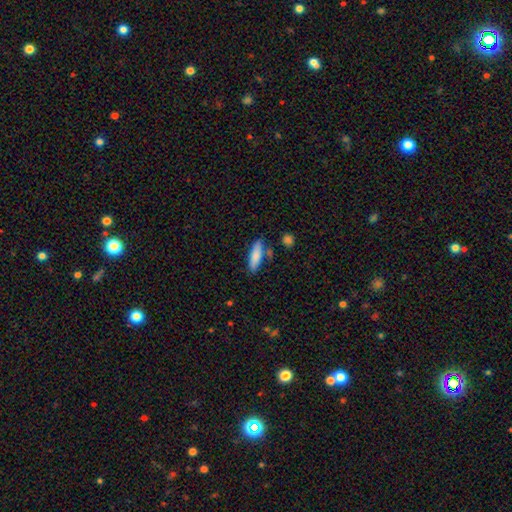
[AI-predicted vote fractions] This appears to be a smooth galaxy with no disk features (81%) that is cigar-shaped (53%). Merging: none (75%).